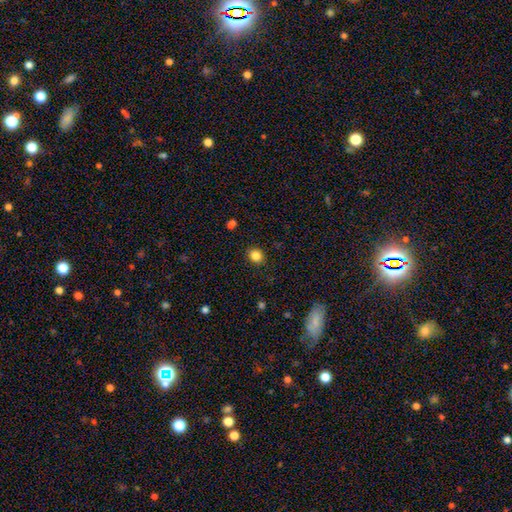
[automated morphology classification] smooth-or-featured: smooth: 85% | star or artifact: 11% | featured or disk: 4%
  how-rounded: round: 68% | in between: 31% | cigar-shaped: 1%
  merging: none: 87% | minor disturbance: 9% | major disturbance: 2% | merger: 1%